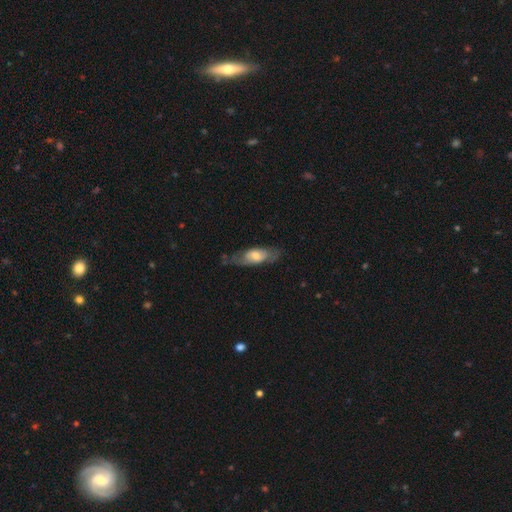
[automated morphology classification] featured or disk 50%, smooth 44%, star or artifact 6%. Down the decision tree: merging — none (62%).